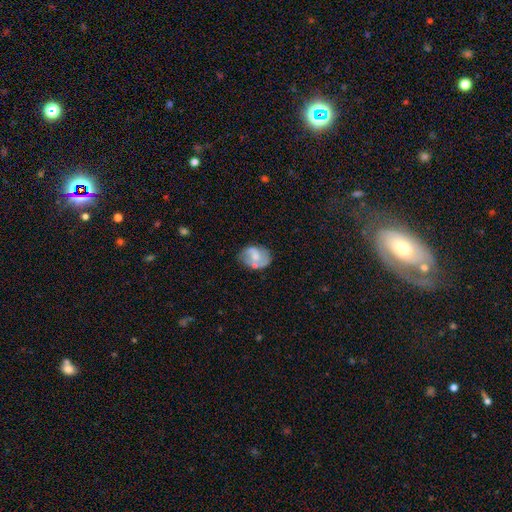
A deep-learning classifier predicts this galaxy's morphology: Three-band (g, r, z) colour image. It shows a featured or disk galaxy (53%) with no bar (56%), spiral arms (70%) and a moderate central bulge (39%). Merging: none (54%).